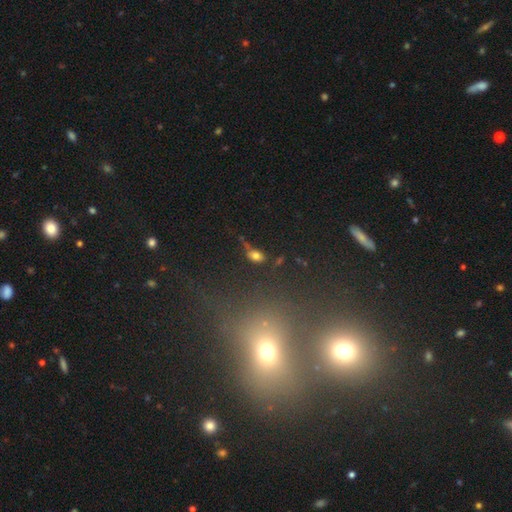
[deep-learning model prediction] smooth_or_featured: smooth (p=0.71) [alt: featured or disk p=0.15]
how_rounded: in between (p=0.81) [alt: round p=0.11]
merging: none (p=0.46) [alt: minor disturbance p=0.24]